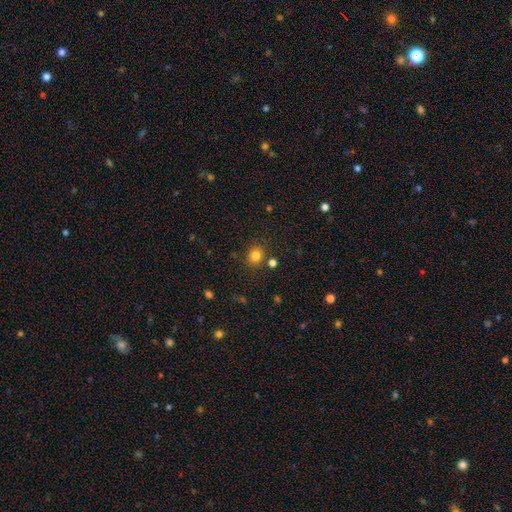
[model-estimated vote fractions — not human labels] Morphology: type=smooth (81%); roundness=round (70%); merging=none (81%).